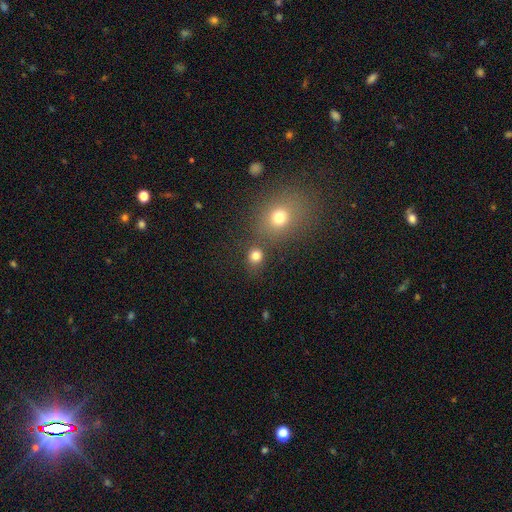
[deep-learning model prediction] Smooth or featured?
  - smooth: 79% *
  - star or artifact: 15%
  - featured or disk: 6%
How rounded?
  - round: 77% *
  - in between: 22%
  - cigar-shaped: 1%
Merging?
  - none: 73% *
  - merger: 14%
  - minor disturbance: 9%
  - major disturbance: 4%